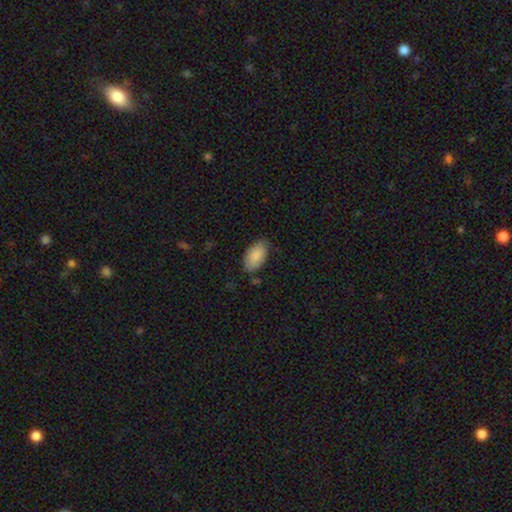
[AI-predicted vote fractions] A smooth galaxy with no disk features (87%) that is in between round and cigar-shaped (95%).

Vote fractions:
- Smooth or featured? smooth: 87% / featured or disk: 7% / star or artifact: 6%
- How rounded? in between: 95% / round: 3% / cigar-shaped: 2%
- Merging? none: 75% / minor disturbance: 19% / major disturbance: 4% / merger: 2%